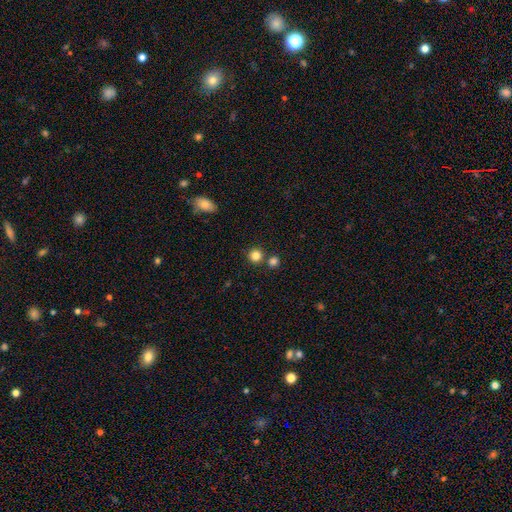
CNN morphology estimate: A smooth galaxy with no disk features (83%) that is round (92%).

Vote fractions:
- Smooth or featured? smooth: 83% / star or artifact: 12% / featured or disk: 5%
- How rounded? round: 92% / in between: 7% / cigar-shaped: 1%
- Merging? none: 76% / merger: 15% / minor disturbance: 7% / major disturbance: 3%